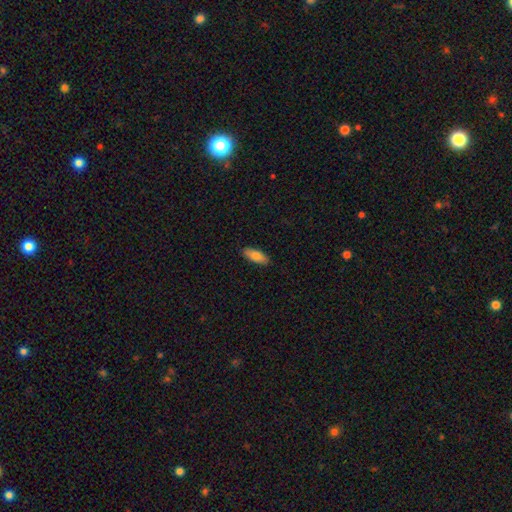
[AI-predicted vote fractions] Morphology: type=smooth (81%); roundness=in between (73%); merging=none (89%).